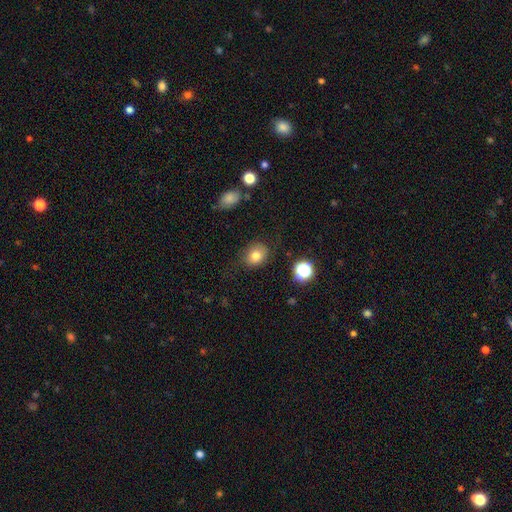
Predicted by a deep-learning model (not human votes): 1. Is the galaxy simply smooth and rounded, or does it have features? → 79% smooth, 12% star or artifact, 9% featured or disk.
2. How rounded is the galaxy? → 62% round, 37% in between, 1% cigar-shaped.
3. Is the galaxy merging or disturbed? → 77% none, 16% minor disturbance, 5% major disturbance, 2% merger.